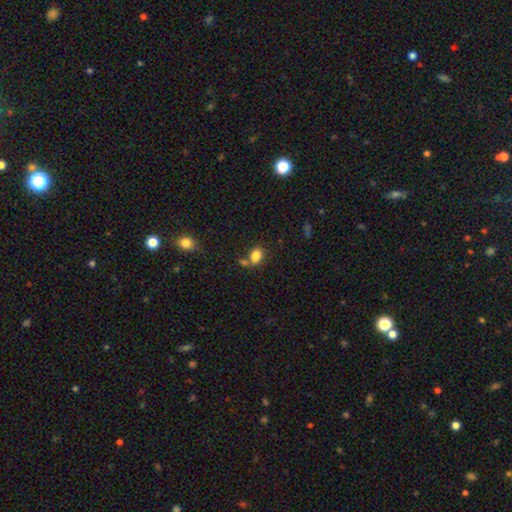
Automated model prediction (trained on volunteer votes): Overall: smooth (83%). How rounded: in between (75%). Merging: none (57%; merger 25%).